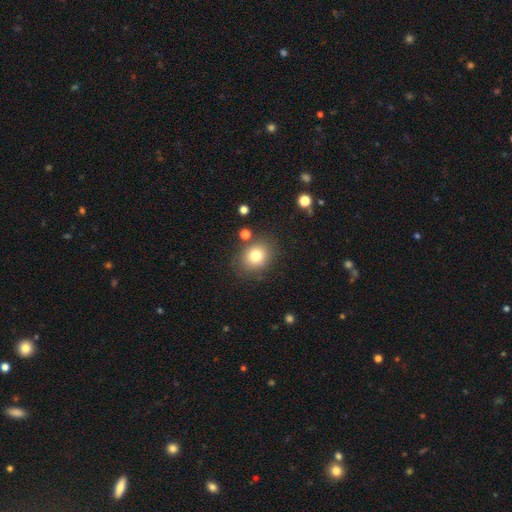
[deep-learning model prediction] Smooth or featured? Predicted: smooth (p=0.78). How rounded? Predicted: round (p=0.64). Merging? Predicted: none (p=0.79).